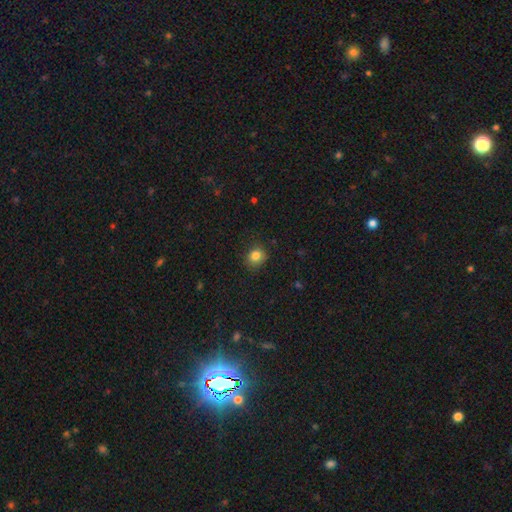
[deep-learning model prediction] Smooth or featured? smooth (83%)
How rounded? round (73%)
Merging? none (82%)